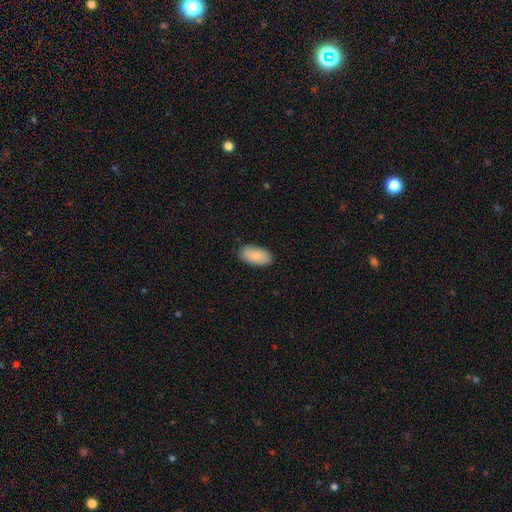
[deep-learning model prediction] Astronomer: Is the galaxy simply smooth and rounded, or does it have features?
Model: smooth — 85%.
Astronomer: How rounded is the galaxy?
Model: in between — 95%.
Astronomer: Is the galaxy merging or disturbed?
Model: none — 87%.